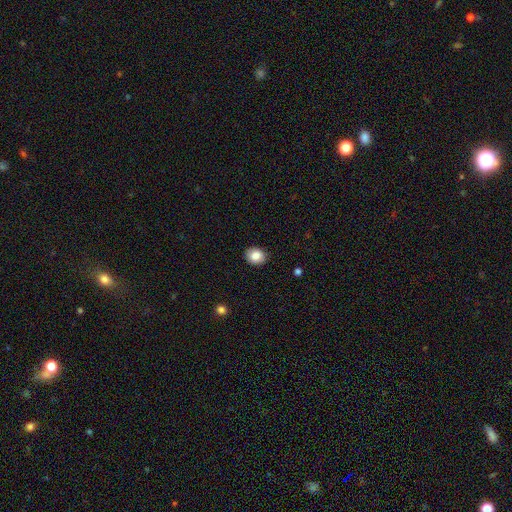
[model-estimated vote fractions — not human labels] smooth 85%, star or artifact 8%, featured or disk 7%. Down the decision tree: how rounded — round (62%); merging — none (89%).